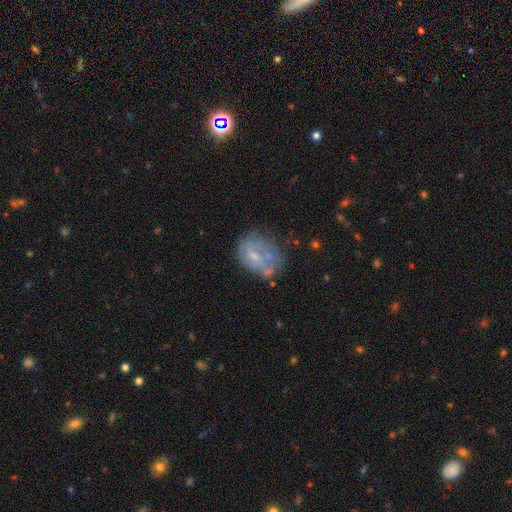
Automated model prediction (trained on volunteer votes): smooth_or_featured: featured or disk (p=0.52) [alt: smooth p=0.38]
disk_edge_on: no (p=0.98) [alt: yes p=0.02]
bar: no (p=0.71) [alt: weak p=0.25]
has_spiral_arms: no (p=0.71) [alt: yes p=0.29]
bulge_size: small (p=0.54) [alt: moderate p=0.27]
merging: none (p=0.39) [alt: minor disturbance p=0.26]